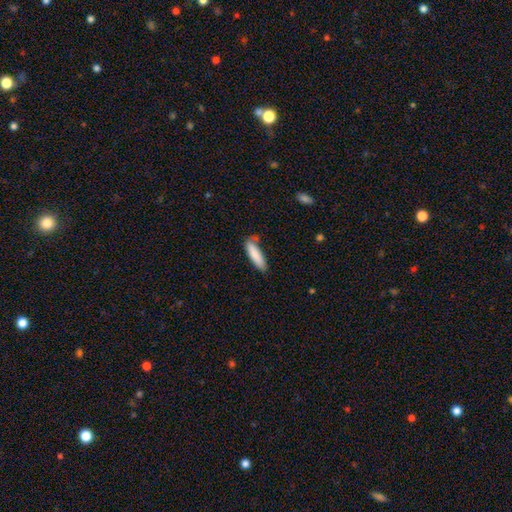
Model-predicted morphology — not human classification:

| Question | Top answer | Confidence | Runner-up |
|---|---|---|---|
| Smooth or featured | smooth | 84% | featured or disk (10%) |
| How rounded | cigar-shaped | 64% | in between (35%) |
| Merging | none | 56% | minor disturbance (32%) |